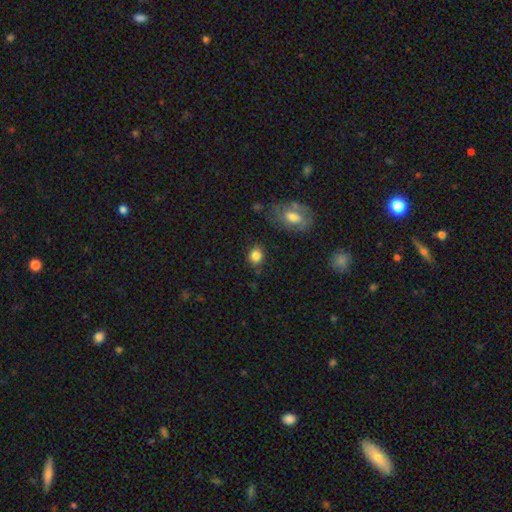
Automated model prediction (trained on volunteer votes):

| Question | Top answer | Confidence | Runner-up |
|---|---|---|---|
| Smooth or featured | smooth | 84% | star or artifact (10%) |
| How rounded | round | 65% | in between (33%) |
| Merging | none | 84% | minor disturbance (11%) |